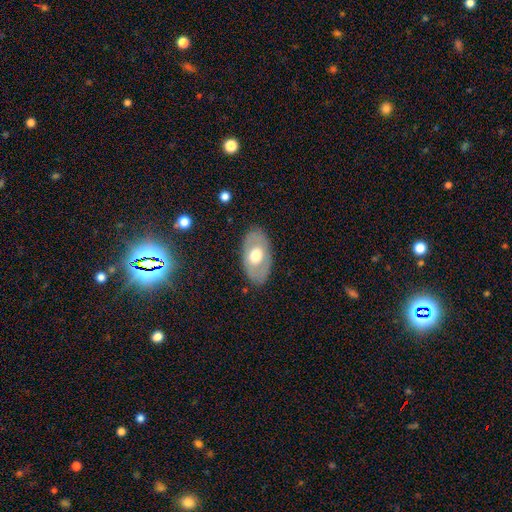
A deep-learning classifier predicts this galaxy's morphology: smooth-or-featured: smooth: 51% | featured or disk: 44% | star or artifact: 6%
  how-rounded: in between: 91% | round: 8% | cigar-shaped: 1%
  merging: none: 82% | minor disturbance: 13% | major disturbance: 4% | merger: 1%